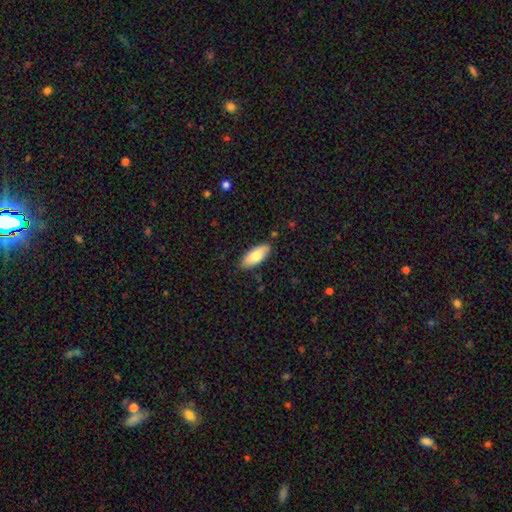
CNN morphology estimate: Smooth or featured? smooth (82%)
How rounded? in between (85%)
Merging? none (85%)